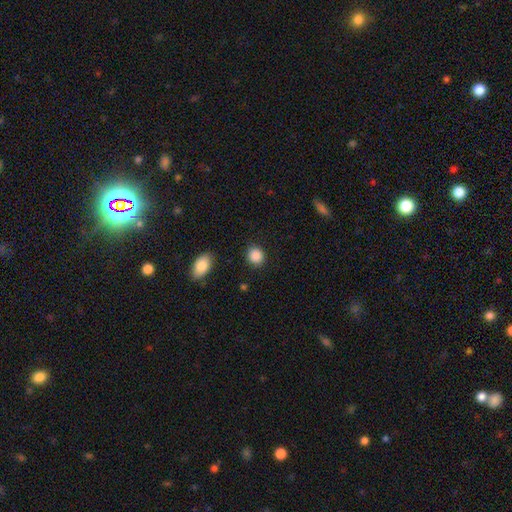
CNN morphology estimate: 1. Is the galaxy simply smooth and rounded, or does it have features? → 89% smooth, 8% star or artifact, 3% featured or disk.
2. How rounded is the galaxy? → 80% round, 19% in between, 1% cigar-shaped.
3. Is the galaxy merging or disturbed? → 88% none, 8% minor disturbance, 3% major disturbance, 2% merger.